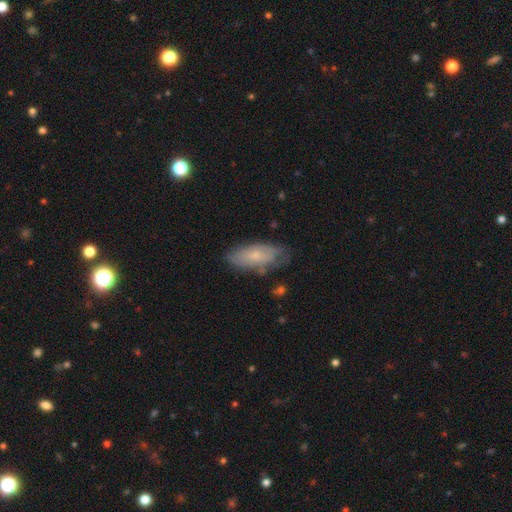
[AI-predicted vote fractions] smooth_or_featured: smooth (p=0.58) [alt: featured or disk p=0.35]
how_rounded: in between (p=0.82) [alt: cigar-shaped p=0.16]
merging: none (p=0.64) [alt: minor disturbance p=0.26]